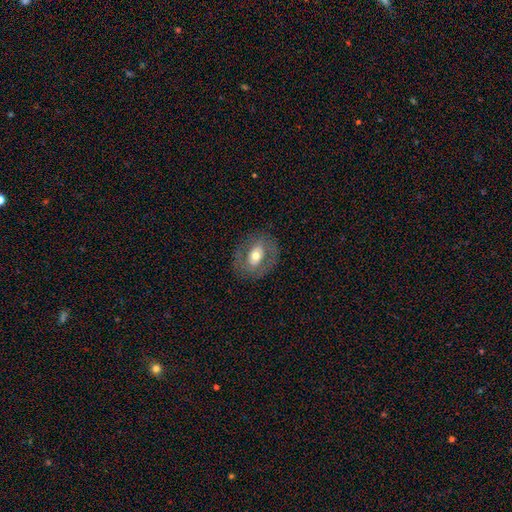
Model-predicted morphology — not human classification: This appears to be a featured or disk galaxy (52%). Merging: none (78%).